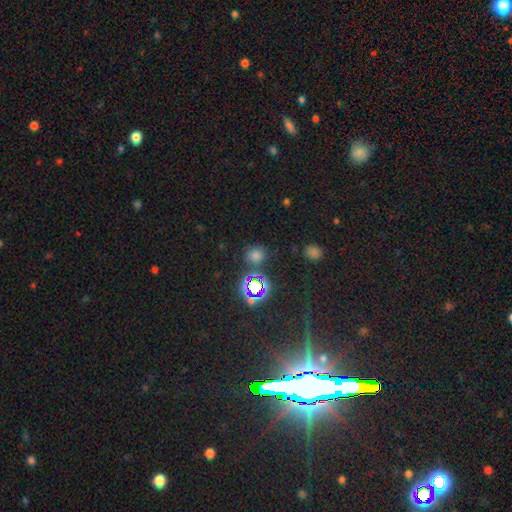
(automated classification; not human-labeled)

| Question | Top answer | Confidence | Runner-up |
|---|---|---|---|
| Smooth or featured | smooth | 57% | star or artifact (36%) |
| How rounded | round | 76% | in between (22%) |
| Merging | none | 80% | minor disturbance (11%) |